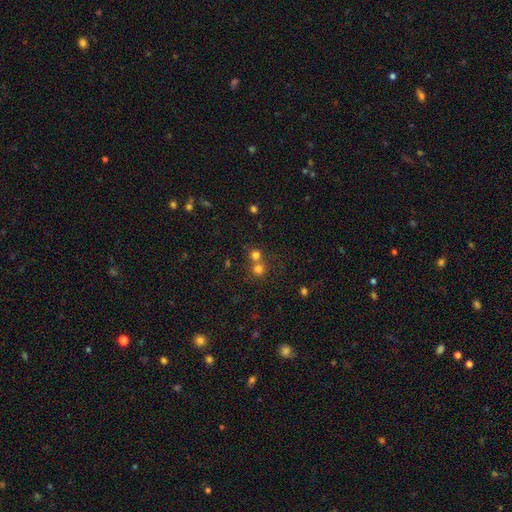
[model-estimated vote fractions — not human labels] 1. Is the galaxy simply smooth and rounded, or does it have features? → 73% smooth, 19% star or artifact, 9% featured or disk.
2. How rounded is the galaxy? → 89% round, 10% in between, 1% cigar-shaped.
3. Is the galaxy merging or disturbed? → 51% none, 41% merger, 5% minor disturbance, 3% major disturbance.